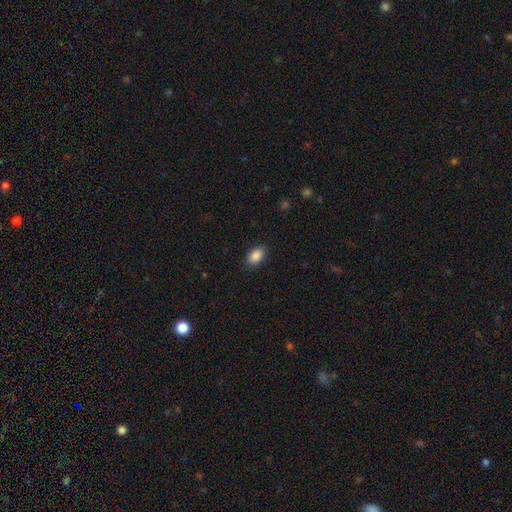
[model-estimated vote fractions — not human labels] This is clearly a smooth galaxy (89%). How rounded: clearly in between (88%). Merging: clearly none (88%).